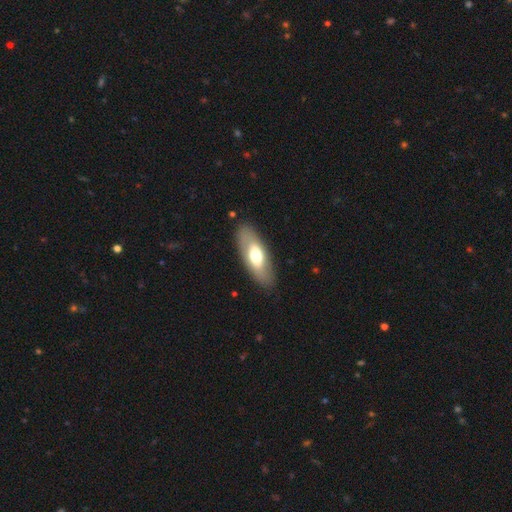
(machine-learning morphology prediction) A smooth galaxy with no disk features (58%) that is in between round and cigar-shaped (77%). Merging: none (85%).